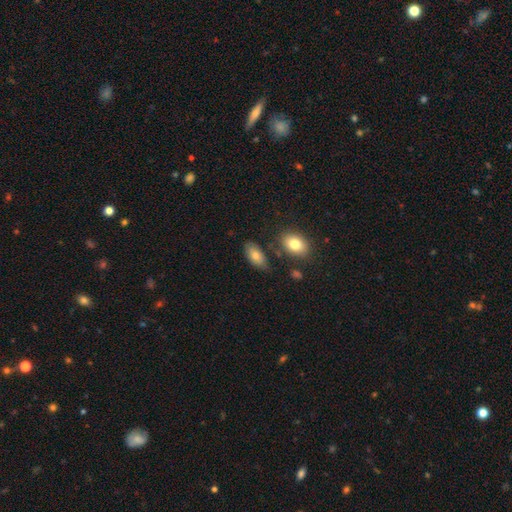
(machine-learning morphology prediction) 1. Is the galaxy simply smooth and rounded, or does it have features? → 79% smooth, 13% featured or disk, 7% star or artifact.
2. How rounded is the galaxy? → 93% in between, 4% round, 3% cigar-shaped.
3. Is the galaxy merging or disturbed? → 69% none, 21% minor disturbance, 6% merger, 5% major disturbance.